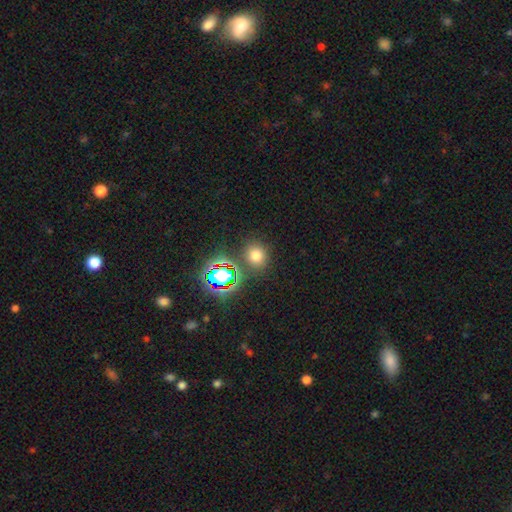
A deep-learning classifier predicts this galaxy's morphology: Smooth or featured? smooth (66%)
How rounded? round (79%)
Merging? none (82%)